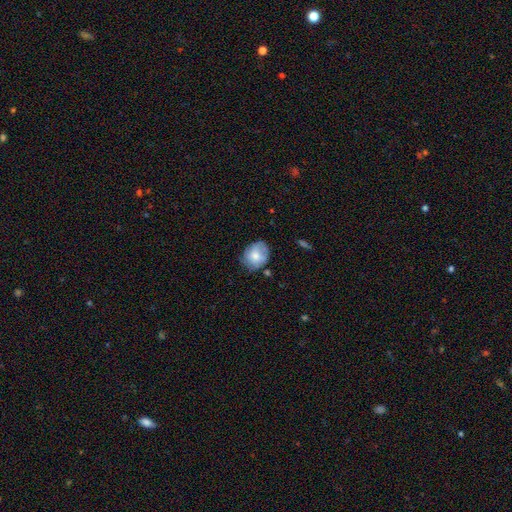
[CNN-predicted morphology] A smooth galaxy with no disk features (67%) that is round (57%). Merging: none (65%).